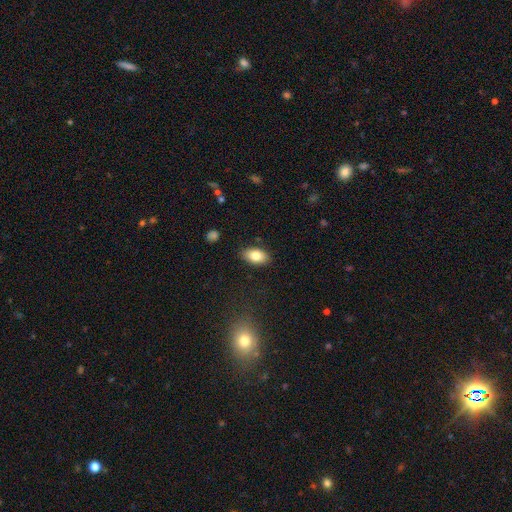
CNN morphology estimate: This is clearly a smooth galaxy (81%). How rounded: clearly in between (92%). Merging: clearly none (86%).